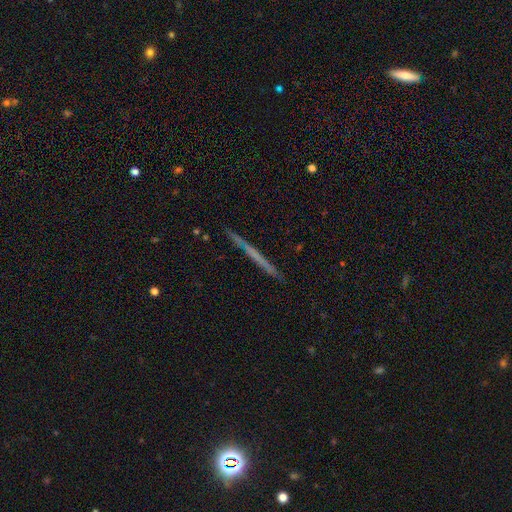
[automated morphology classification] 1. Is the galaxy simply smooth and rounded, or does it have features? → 51% featured or disk, 42% smooth, 7% star or artifact.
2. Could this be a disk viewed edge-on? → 97% yes, 3% no.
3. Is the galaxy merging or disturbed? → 90% none, 7% minor disturbance, 1% major disturbance, 1% merger.